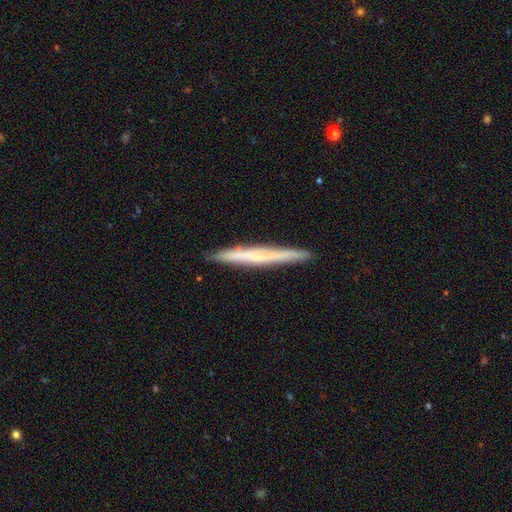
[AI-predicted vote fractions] Morphology: type=featured or disk (48%); merging=none (90%).